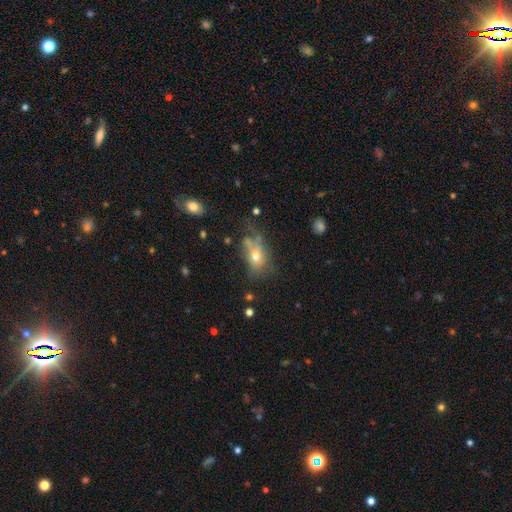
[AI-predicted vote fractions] Overall: smooth (55%; featured or disk 30%). How rounded: in between (78%). Merging: none (39%; major disturbance 26%).